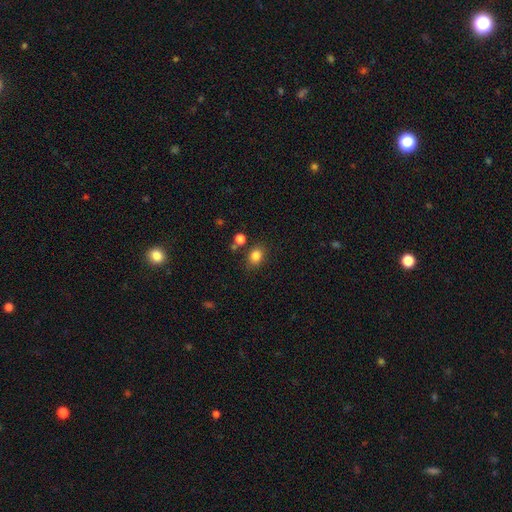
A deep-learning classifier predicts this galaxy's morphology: smooth_or_featured: smooth (p=0.83) [alt: star or artifact p=0.11]
how_rounded: in between (p=0.53) [alt: round p=0.46]
merging: none (p=0.77) [alt: minor disturbance p=0.12]